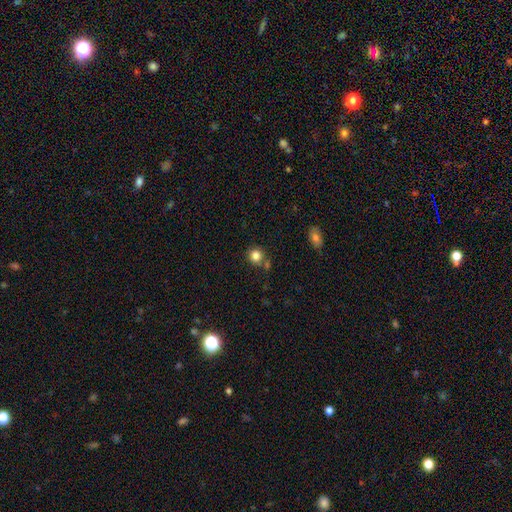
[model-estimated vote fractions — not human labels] A smooth galaxy with no disk features (83%) that is round (90%). Merging: none (72%).